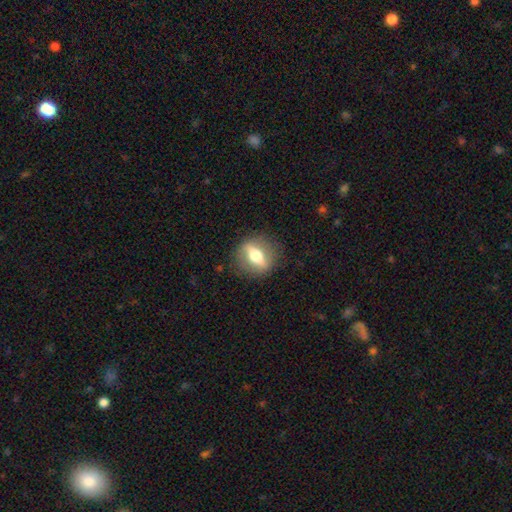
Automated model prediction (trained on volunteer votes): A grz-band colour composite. It shows a featured or disk galaxy (54%) viewed edge-on (52%). Merging: none (84%).